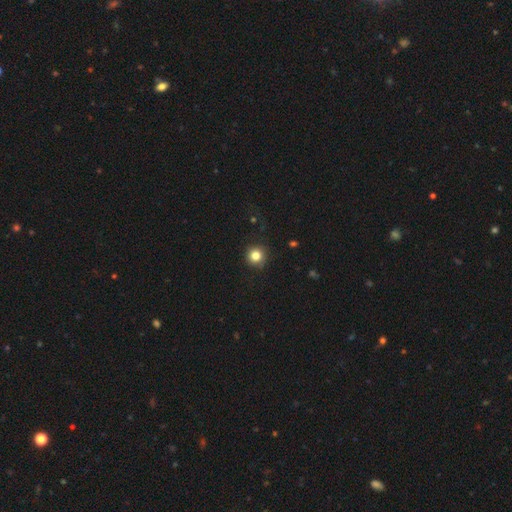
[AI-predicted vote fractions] This appears to be a smooth galaxy with no disk features (83%) that is round (94%). Merging: none (88%).